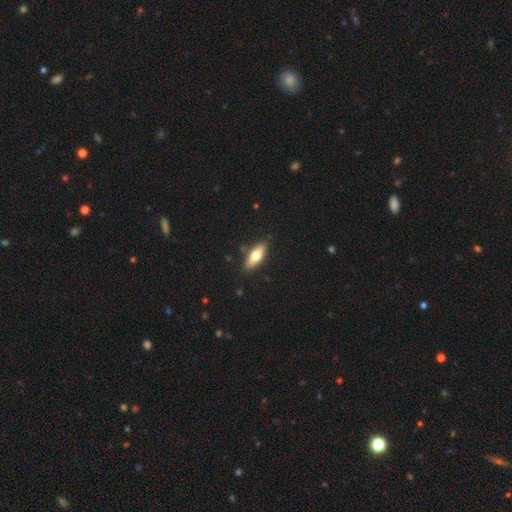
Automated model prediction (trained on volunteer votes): smooth_or_featured: smooth (p=0.65) [alt: featured or disk p=0.29]
how_rounded: in between (p=0.68) [alt: cigar-shaped p=0.29]
merging: none (p=0.85) [alt: minor disturbance p=0.11]